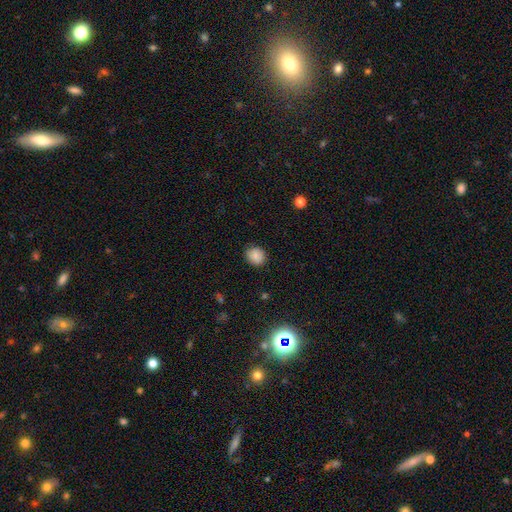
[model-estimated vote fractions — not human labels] Smooth or featured? smooth (86%)
How rounded? round (74%)
Merging? none (85%)